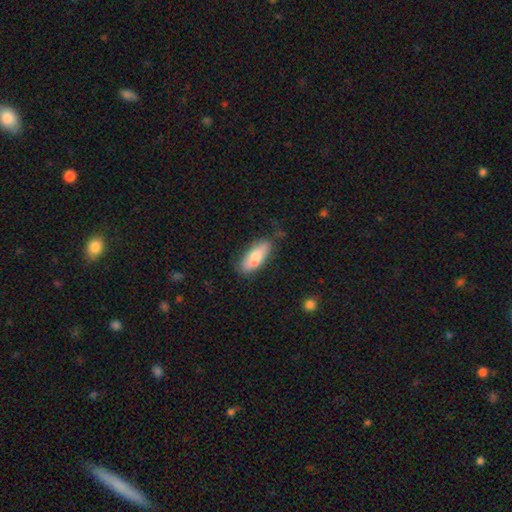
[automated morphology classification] smooth_or_featured: smooth (p=0.74) [alt: featured or disk p=0.20]
how_rounded: in between (p=0.74) [alt: cigar-shaped p=0.24]
merging: none (p=0.69) [alt: minor disturbance p=0.22]